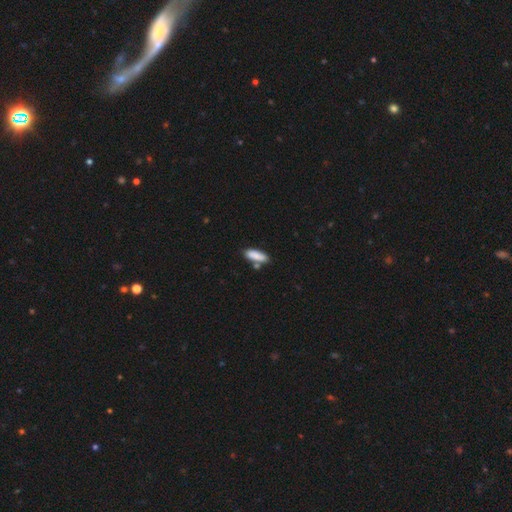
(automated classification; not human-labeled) smooth 85%, featured or disk 8%, star or artifact 7%. Down the decision tree: how rounded — in between (58%); merging — none (62%).